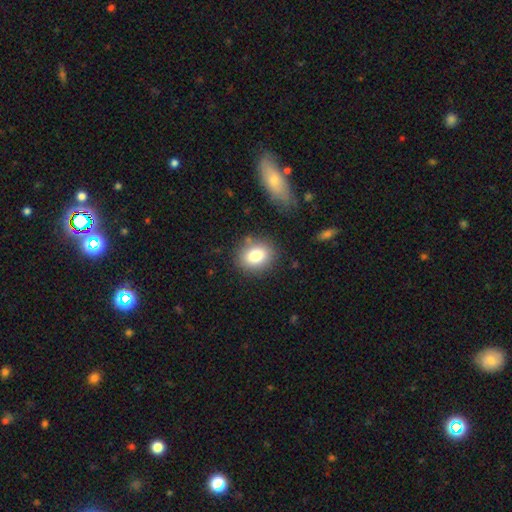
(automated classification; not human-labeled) Smooth or featured: smooth — 82% (star or artifact — 9%)
How rounded: round — 50% (in between — 49%)
Merging: none — 82% (minor disturbance — 11%)